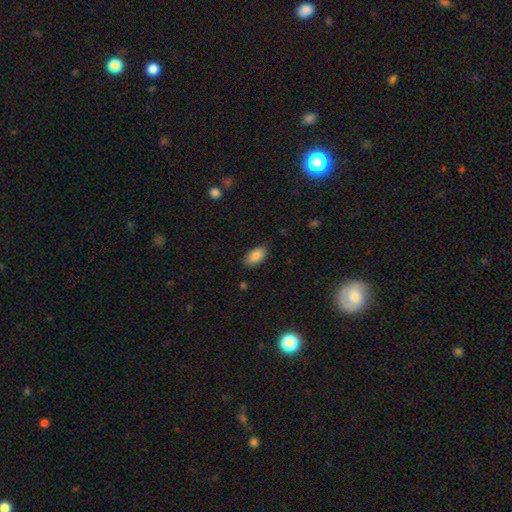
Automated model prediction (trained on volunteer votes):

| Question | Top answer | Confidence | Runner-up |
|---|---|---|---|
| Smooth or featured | smooth | 86% | star or artifact (7%) |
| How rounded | in between | 93% | cigar-shaped (4%) |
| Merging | none | 82% | minor disturbance (14%) |